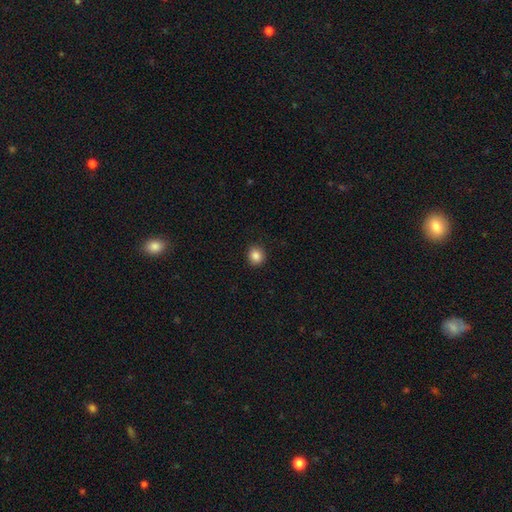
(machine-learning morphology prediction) Smooth or featured: smooth — 86% (star or artifact — 10%)
How rounded: round — 82% (in between — 17%)
Merging: none — 90% (minor disturbance — 7%)